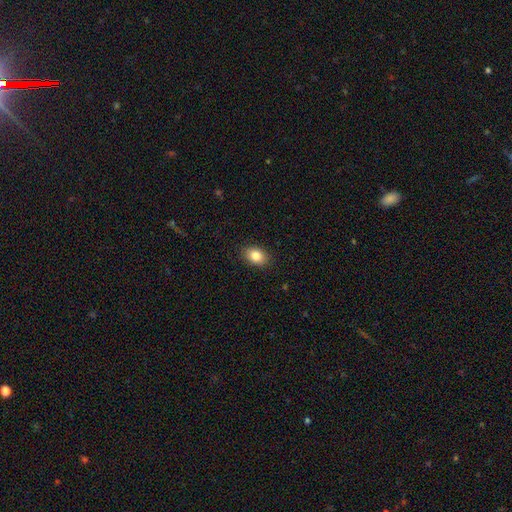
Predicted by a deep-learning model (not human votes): This is clearly a smooth galaxy (85%). How rounded: likely in between (79%). Merging: clearly none (88%).